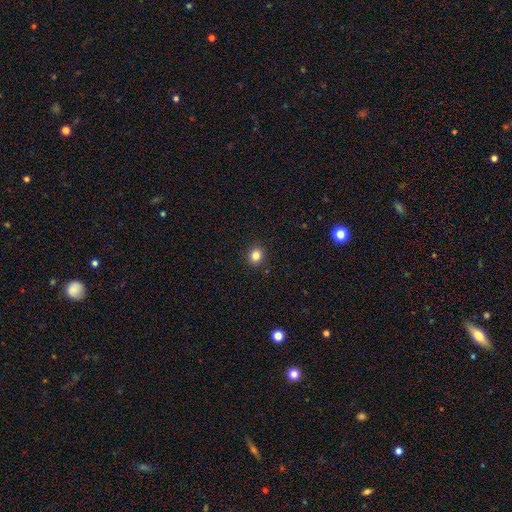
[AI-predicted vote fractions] smooth-or-featured: smooth: 83% | star or artifact: 12% | featured or disk: 5%
  how-rounded: round: 77% | in between: 22% | cigar-shaped: 1%
  merging: none: 91% | minor disturbance: 6% | major disturbance: 2% | merger: 1%